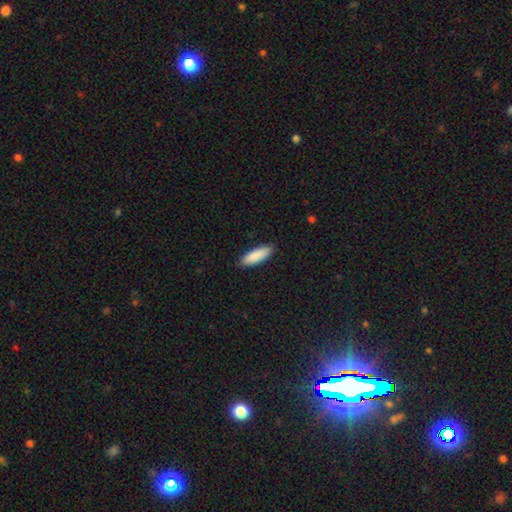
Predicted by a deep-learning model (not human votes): Morphology: type=smooth (88%); roundness=in between (52%); merging=none (89%).